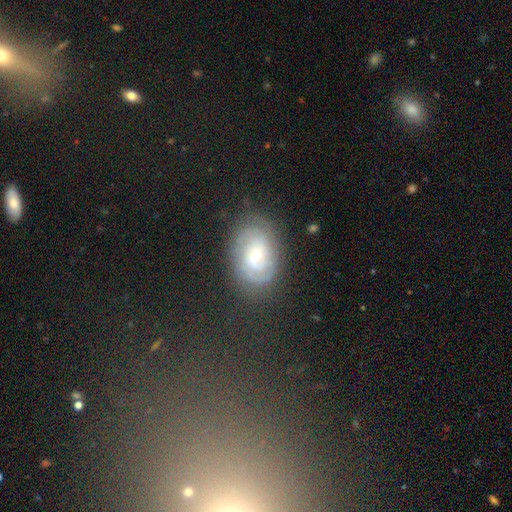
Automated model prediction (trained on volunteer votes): A featured or disk galaxy (74%) with no bar (50%), tight (71%) spiral arms (92%) and a small central bulge (50%). Merging: none (79%).